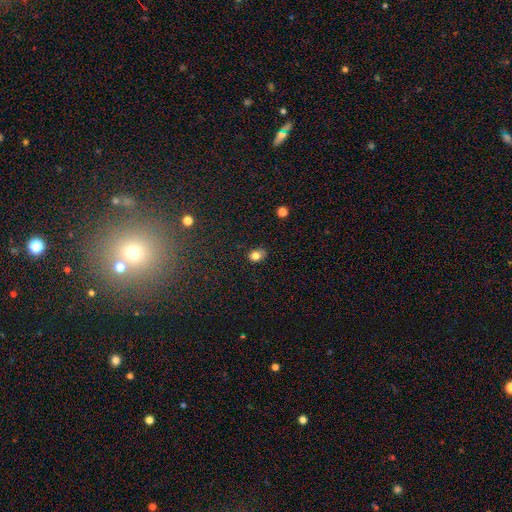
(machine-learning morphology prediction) type=smooth (81%); roundness=in between (55%); merging=none (78%).